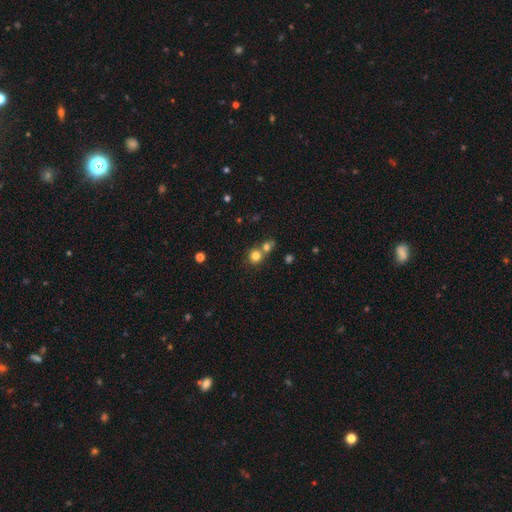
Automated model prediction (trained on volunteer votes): This is likely a smooth galaxy (78%). How rounded: clearly round (89%). Merging: possibly none (51%).